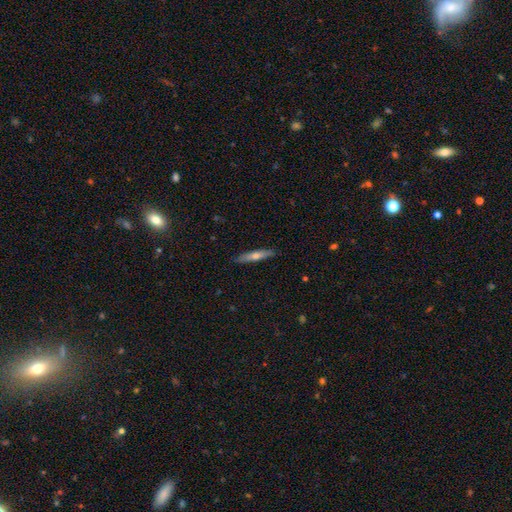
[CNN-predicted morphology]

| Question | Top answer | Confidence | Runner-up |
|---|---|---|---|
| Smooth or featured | smooth | 52% | featured or disk (42%) |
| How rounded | cigar-shaped | 90% | in between (8%) |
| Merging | none | 89% | minor disturbance (9%) |